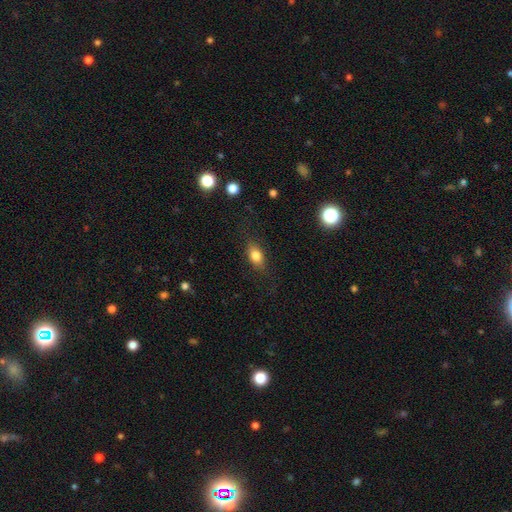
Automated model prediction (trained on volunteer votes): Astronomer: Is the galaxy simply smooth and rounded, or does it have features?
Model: smooth — 79%.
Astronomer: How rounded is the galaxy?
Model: in between — 80%.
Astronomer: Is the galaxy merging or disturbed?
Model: none — 81%.